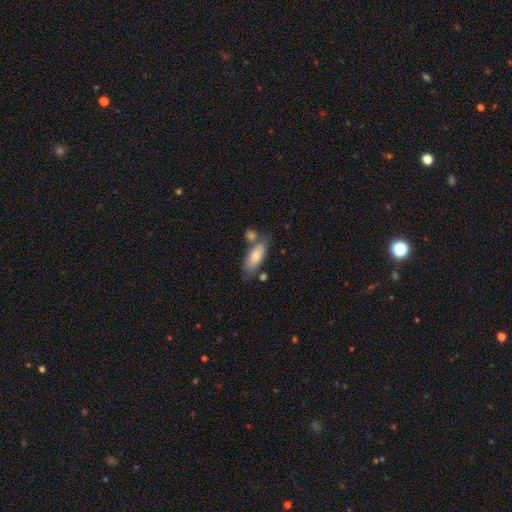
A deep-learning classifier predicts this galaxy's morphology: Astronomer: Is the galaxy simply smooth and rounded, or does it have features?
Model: smooth — 72%.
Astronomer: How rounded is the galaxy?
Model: in between — 75%.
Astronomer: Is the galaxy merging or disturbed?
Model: none — 64%.